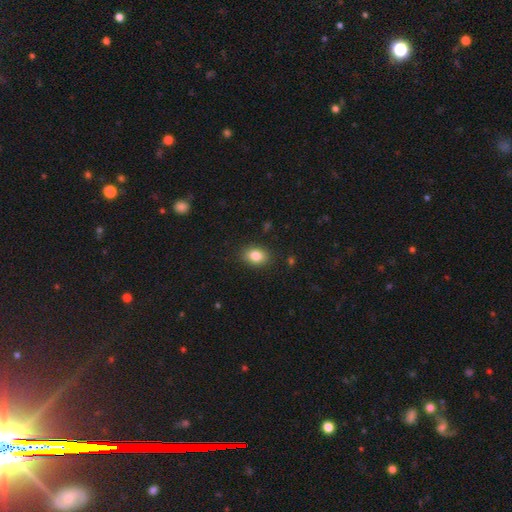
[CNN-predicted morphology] Smooth or featured? smooth (84%)
How rounded? in between (76%)
Merging? none (87%)